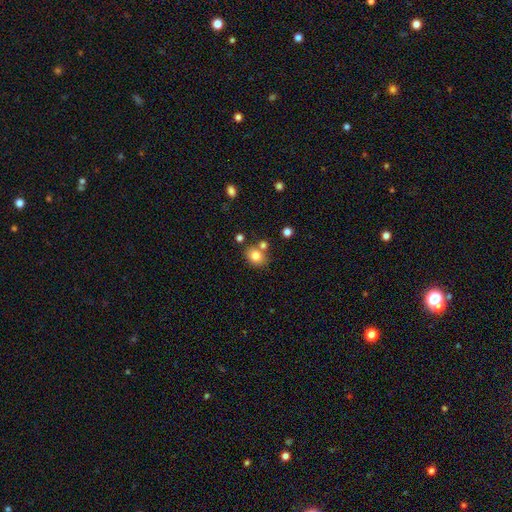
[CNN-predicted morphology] Overall: smooth (80%). How rounded: round (56%; in between 43%). Merging: none (67%).